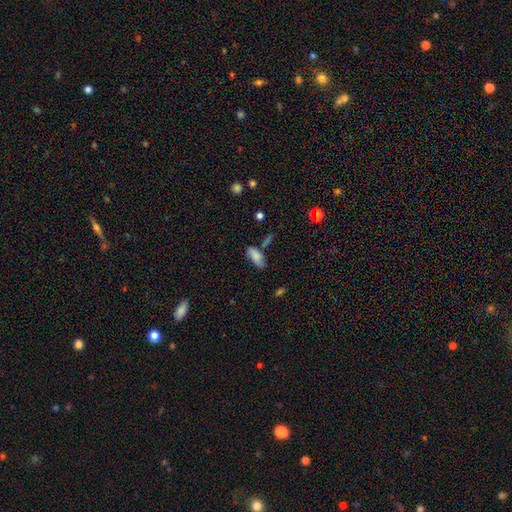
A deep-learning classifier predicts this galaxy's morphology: smooth-or-featured: smooth: 80% | featured or disk: 12% | star or artifact: 8%
  how-rounded: in between: 84% | cigar-shaped: 14% | round: 3%
  merging: none: 57% | minor disturbance: 27% | merger: 9% | major disturbance: 7%